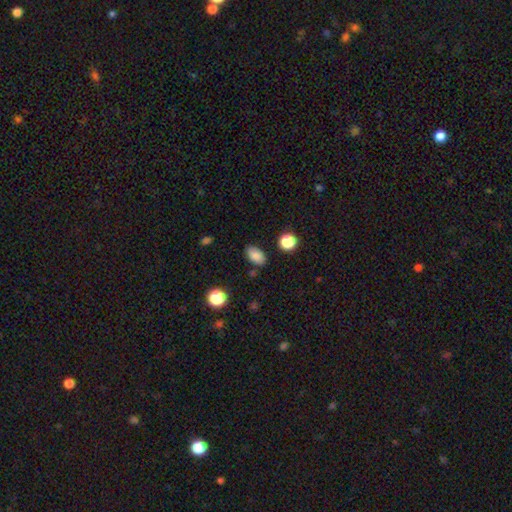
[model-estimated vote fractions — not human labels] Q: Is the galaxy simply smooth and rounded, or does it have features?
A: smooth — 84%.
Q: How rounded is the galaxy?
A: in between — 88%.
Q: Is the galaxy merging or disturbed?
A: none — 82%.